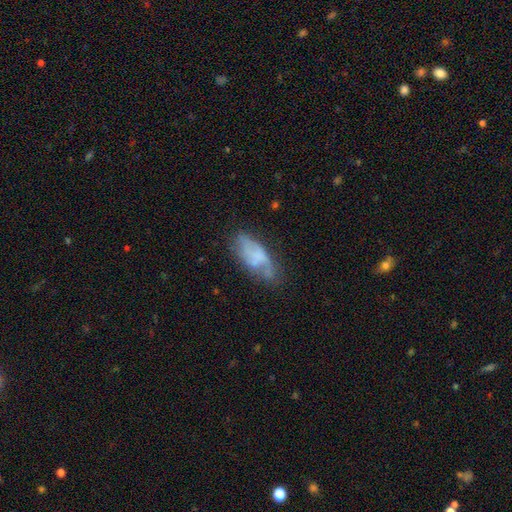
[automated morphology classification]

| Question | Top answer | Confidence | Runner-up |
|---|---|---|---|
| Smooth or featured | smooth | 46% | featured or disk (45%) |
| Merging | none | 49% | minor disturbance (29%) |